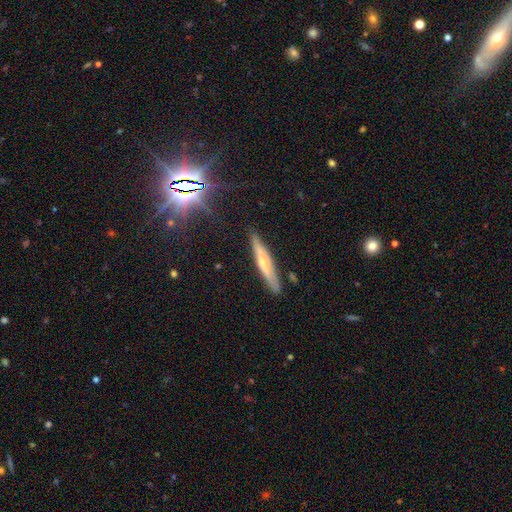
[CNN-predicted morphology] A featured or disk galaxy (52%) viewed edge-on (91%). Merging: none (84%).